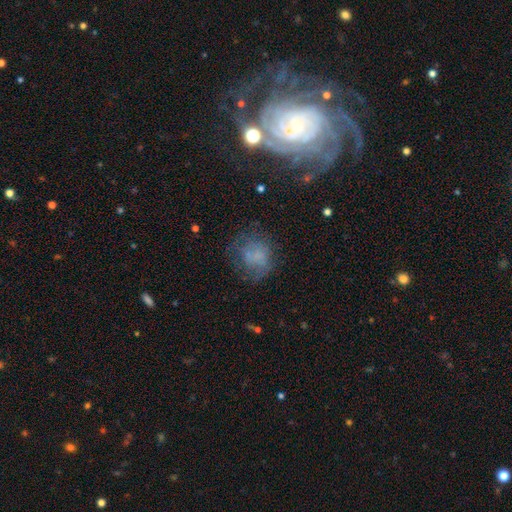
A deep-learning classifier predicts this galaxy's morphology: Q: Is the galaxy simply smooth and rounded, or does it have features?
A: smooth — 51%.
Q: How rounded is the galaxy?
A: round — 70%.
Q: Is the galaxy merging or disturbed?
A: none — 53%.